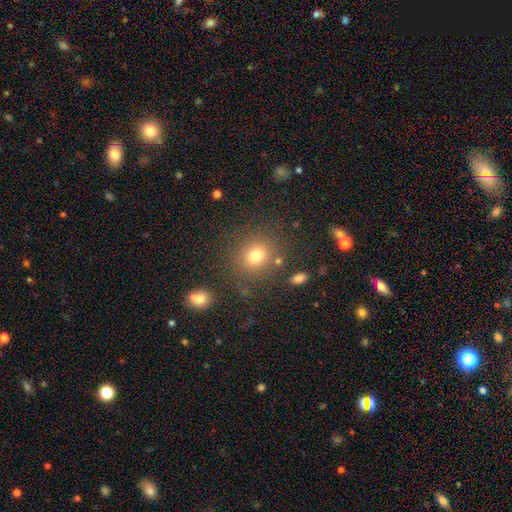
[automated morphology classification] Overall: smooth (76%). How rounded: round (79%). Merging: none (79%).